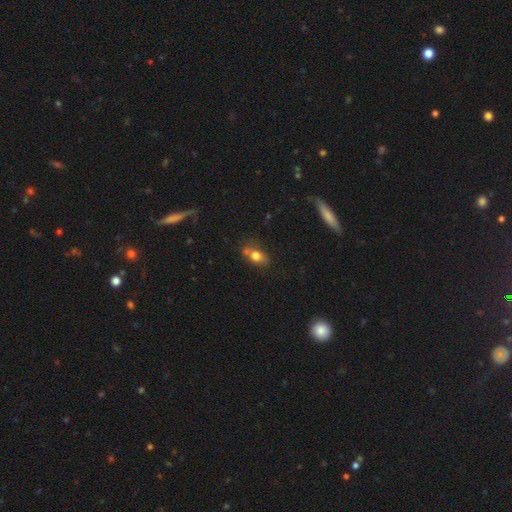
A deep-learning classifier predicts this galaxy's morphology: The model was most divided on "merging": none: 51%, merger: 24%, minor disturbance: 19%, major disturbance: 6%. More confident: smooth or featured — smooth (76%); how rounded — in between (67%).